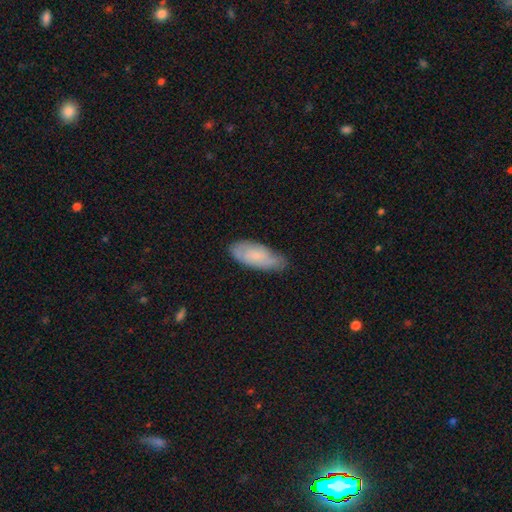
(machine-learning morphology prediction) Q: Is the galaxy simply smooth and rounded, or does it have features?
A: smooth — 64%.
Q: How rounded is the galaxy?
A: in between — 80%.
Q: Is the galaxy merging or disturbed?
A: none — 65%.